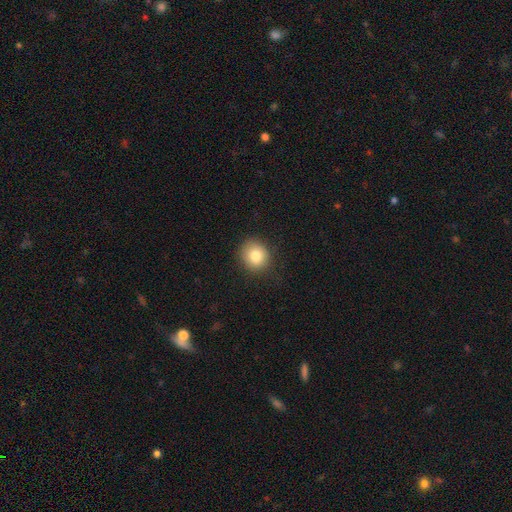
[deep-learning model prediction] Smooth or featured: smooth — 81% (star or artifact — 10%)
How rounded: round — 82% (in between — 17%)
Merging: none — 86% (minor disturbance — 10%)